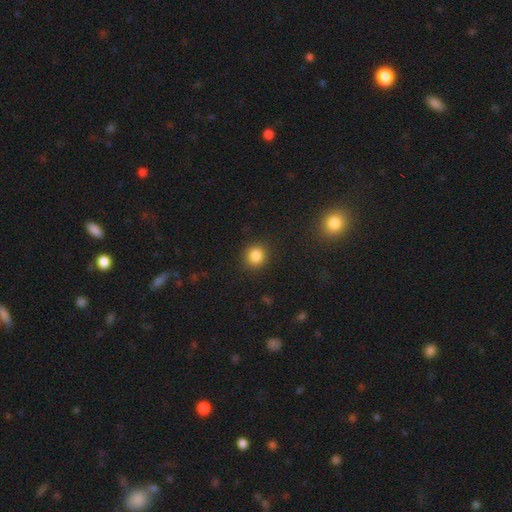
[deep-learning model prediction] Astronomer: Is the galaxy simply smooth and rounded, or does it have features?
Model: smooth — 85%.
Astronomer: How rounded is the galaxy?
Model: round — 87%.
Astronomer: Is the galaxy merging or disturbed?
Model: none — 89%.